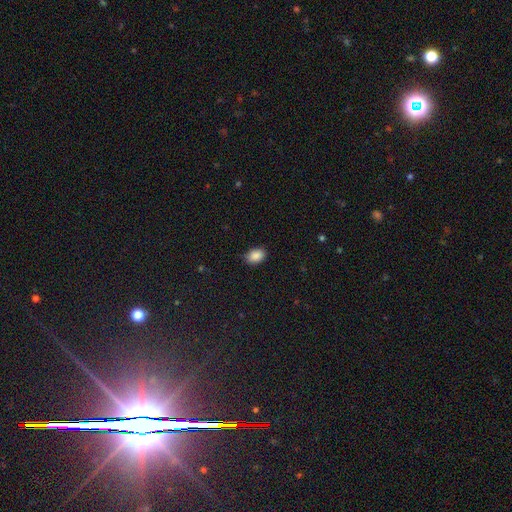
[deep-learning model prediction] smooth-or-featured: smooth: 88% | star or artifact: 8% | featured or disk: 4%
  how-rounded: in between: 81% | round: 17% | cigar-shaped: 1%
  merging: none: 80% | minor disturbance: 16% | major disturbance: 3% | merger: 1%